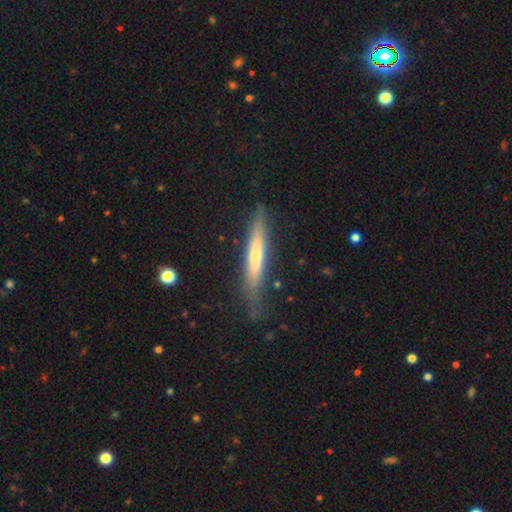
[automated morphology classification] A smooth galaxy with no disk features (51%) that is cigar-shaped (92%). Merging: none (78%).